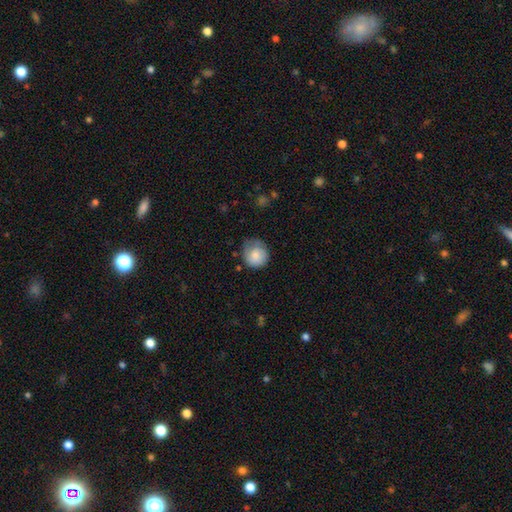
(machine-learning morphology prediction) A smooth galaxy with no disk features (79%) that is round (86%). Merging: none (54%).